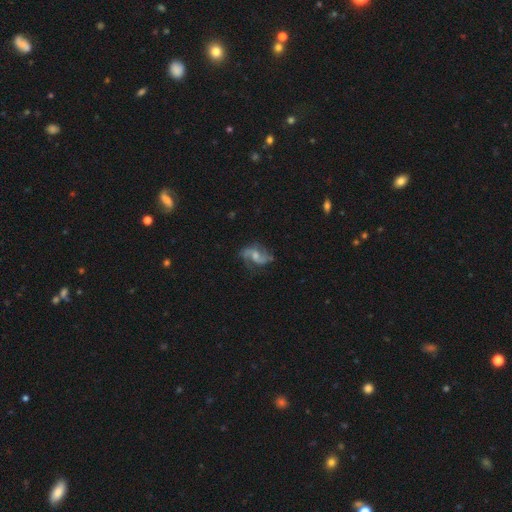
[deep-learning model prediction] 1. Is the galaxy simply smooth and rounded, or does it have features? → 81% featured or disk, 12% smooth, 7% star or artifact.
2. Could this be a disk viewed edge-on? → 97% no, 3% yes.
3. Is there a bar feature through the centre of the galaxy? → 45% no (tied), 45% weak (tied), 10% strong.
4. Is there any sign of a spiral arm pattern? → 95% yes, 5% no.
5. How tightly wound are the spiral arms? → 45% loose, 44% medium, 11% tight.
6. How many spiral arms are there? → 84% 2, 5% can't tell, 5% 3, 3% 1, 2% 4, 1% more than 4.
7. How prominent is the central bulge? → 45% moderate, 34% small, 12% none, 7% large, 1% dominant.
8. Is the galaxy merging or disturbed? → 66% none, 20% minor disturbance, 12% major disturbance, 2% merger.